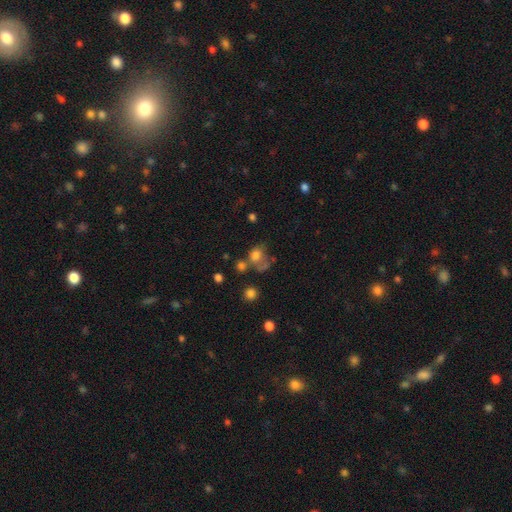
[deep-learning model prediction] Morphology: type=smooth (68%); roundness=round (61%); merging=none (31%, tied with merger).